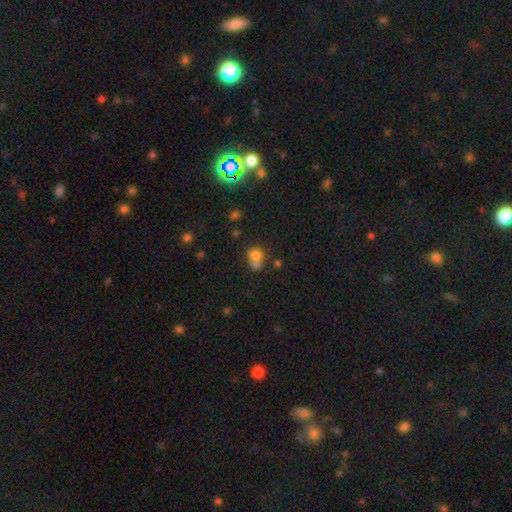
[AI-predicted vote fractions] A smooth galaxy with no disk features (74%) that is round (81%). Merging: merger (51%).